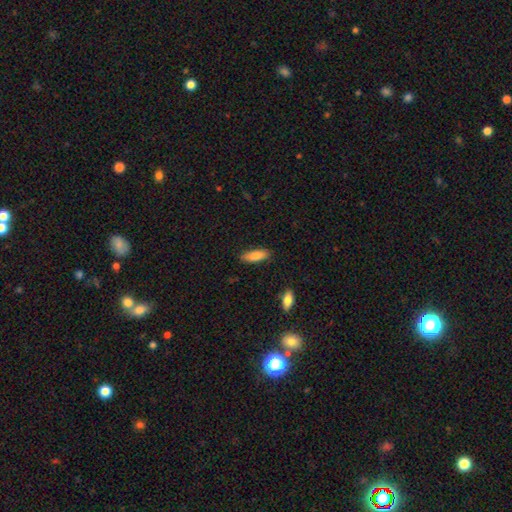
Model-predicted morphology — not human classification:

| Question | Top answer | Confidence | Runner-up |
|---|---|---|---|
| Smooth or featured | smooth | 84% | featured or disk (10%) |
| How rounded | in between | 62% | cigar-shaped (36%) |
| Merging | none | 86% | minor disturbance (11%) |